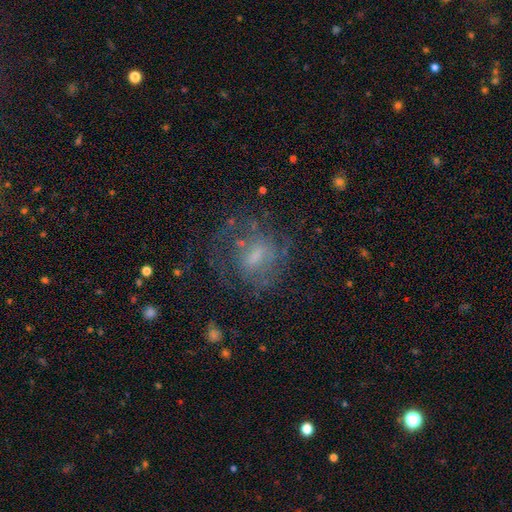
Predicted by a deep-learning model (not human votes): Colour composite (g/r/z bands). It shows a featured or disk galaxy (58%) with a weak bar (49%), spiral arms (66%) and a moderate central bulge (38%, tied with small). Merging: none (58%).